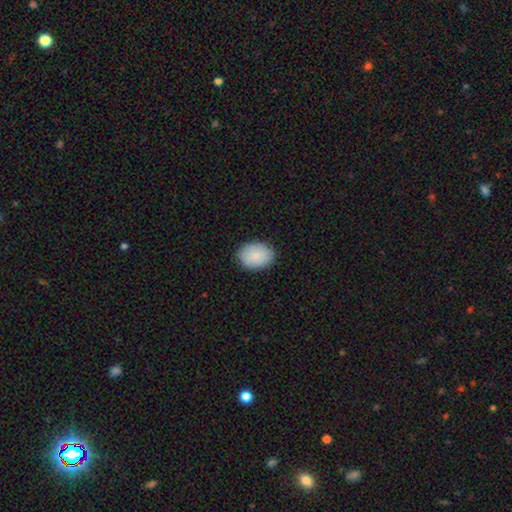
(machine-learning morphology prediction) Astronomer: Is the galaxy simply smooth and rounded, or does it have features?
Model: smooth — 86%.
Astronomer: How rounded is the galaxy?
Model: in between — 75%.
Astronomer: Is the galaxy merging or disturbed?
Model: none — 87%.